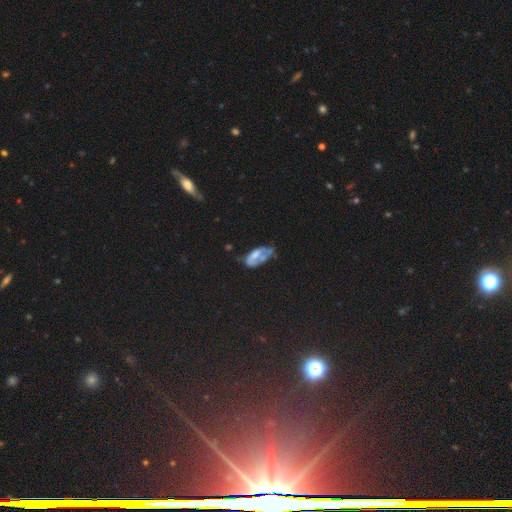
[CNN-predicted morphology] Q: Smooth or featured?
A: featured or disk (44%); runner-up: smooth (39%)
Q: Merging?
A: major disturbance (31%); runner-up: minor disturbance (30%)